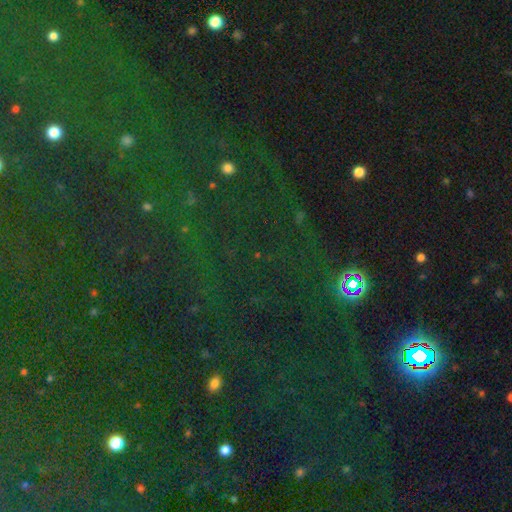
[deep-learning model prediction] star or artifact 80%, smooth 13%, featured or disk 7%.